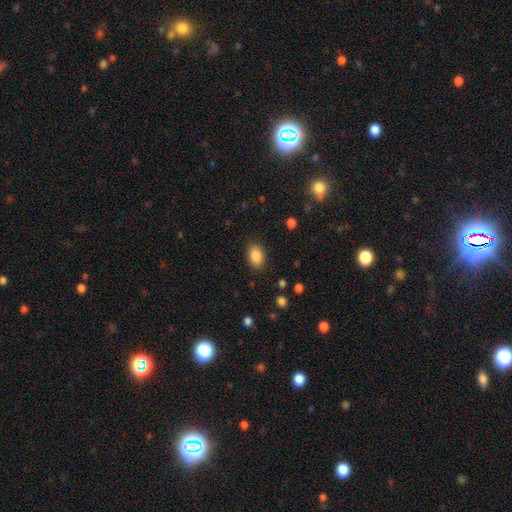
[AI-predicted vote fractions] This appears to be a smooth galaxy with no disk features (87%) that is in between round and cigar-shaped (87%). Merging: none (86%).